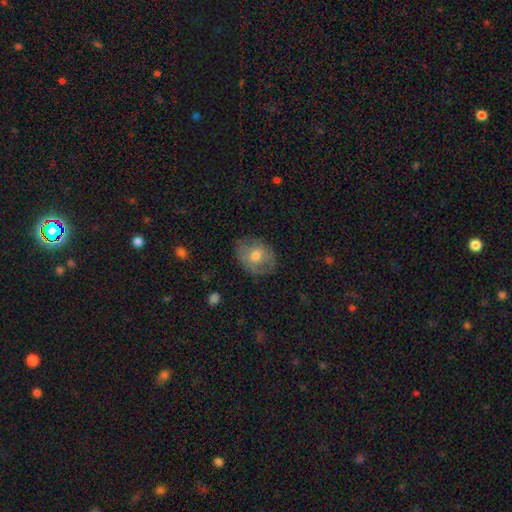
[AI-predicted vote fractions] Q: Smooth or featured?
A: smooth (59%); runner-up: featured or disk (32%)
Q: How rounded?
A: in between (55%); runner-up: round (44%)
Q: Merging?
A: none (72%); runner-up: minor disturbance (21%)